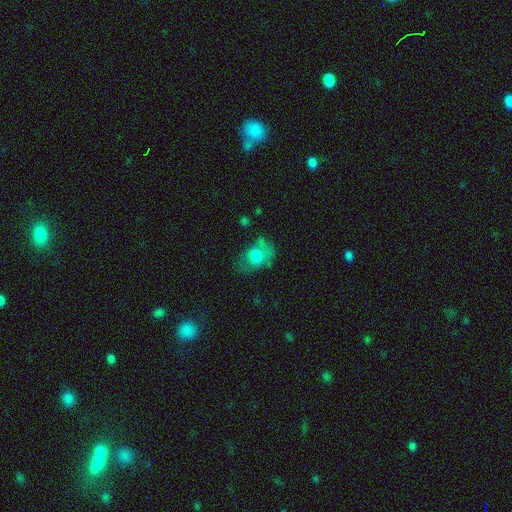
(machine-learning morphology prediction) Smooth or featured? smooth (66%)
How rounded? in between (69%)
Merging? none (43%)